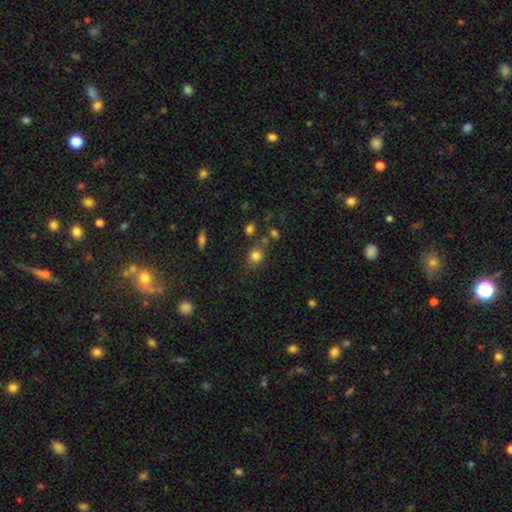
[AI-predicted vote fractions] Overall: smooth (80%). How rounded: round (71%). Merging: none (69%).